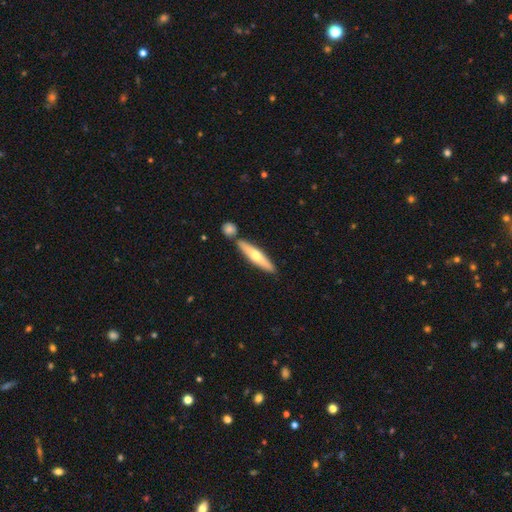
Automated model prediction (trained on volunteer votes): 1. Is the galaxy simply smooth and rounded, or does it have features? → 49% smooth, 46% featured or disk, 5% star or artifact.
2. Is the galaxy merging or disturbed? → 78% none, 11% merger, 9% minor disturbance, 2% major disturbance.